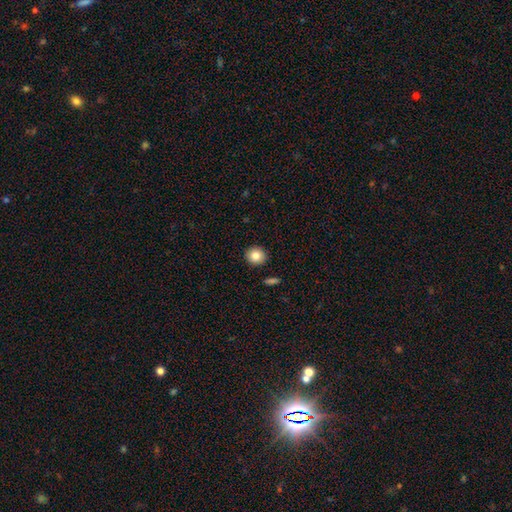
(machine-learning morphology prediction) Smooth or featured: smooth — 83% (star or artifact — 9%)
How rounded: round — 88% (in between — 11%)
Merging: none — 92% (minor disturbance — 5%)